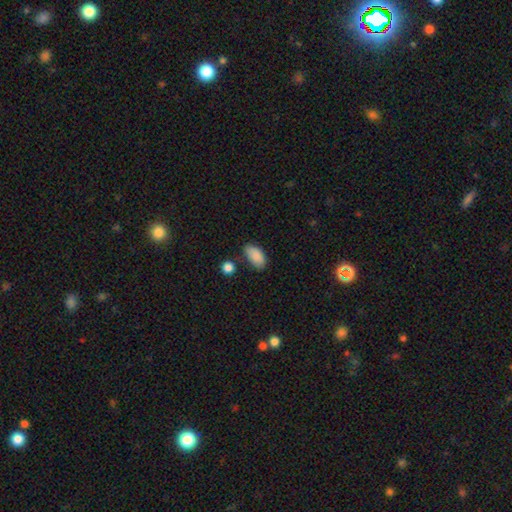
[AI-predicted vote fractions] Smooth or featured? Predicted: smooth (p=0.88). How rounded? Predicted: in between (p=0.93). Merging? Predicted: none (p=0.73).